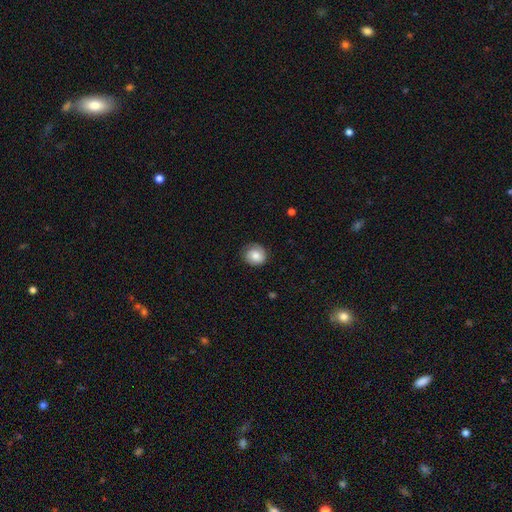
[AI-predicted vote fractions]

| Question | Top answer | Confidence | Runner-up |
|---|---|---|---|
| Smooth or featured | smooth | 66% | featured or disk (26%) |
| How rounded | round | 82% | in between (17%) |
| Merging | none | 79% | minor disturbance (16%) |